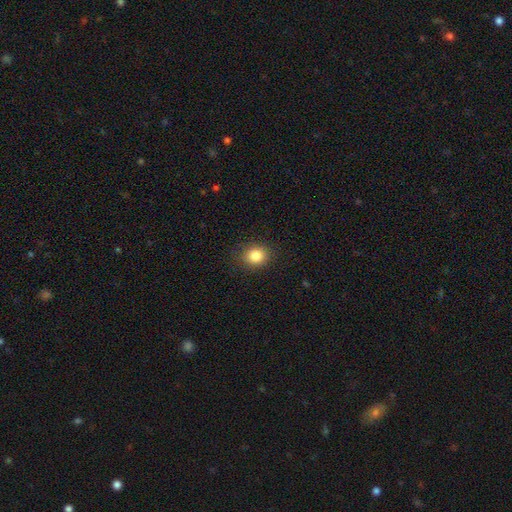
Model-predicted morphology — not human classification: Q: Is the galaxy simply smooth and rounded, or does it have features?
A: smooth — 84%.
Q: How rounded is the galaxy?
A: round — 74%.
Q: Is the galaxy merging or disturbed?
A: none — 88%.